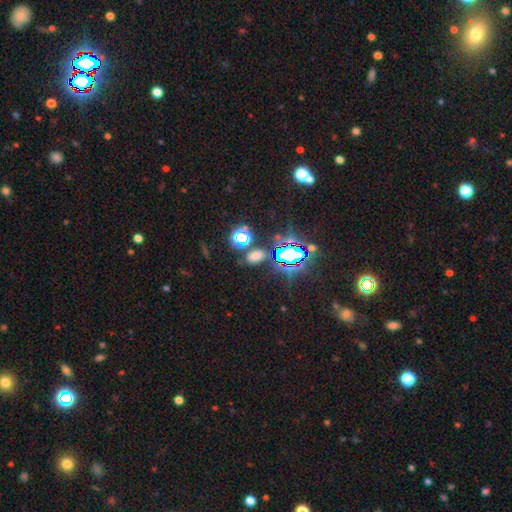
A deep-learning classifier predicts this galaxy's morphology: This appears to be a star or artifact, not a galaxy (50%).